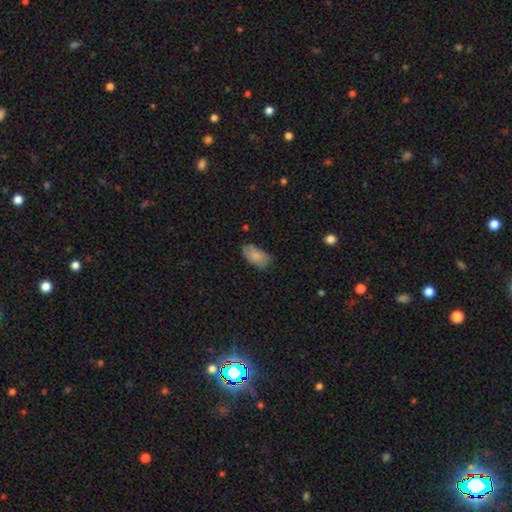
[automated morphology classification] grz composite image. It shows a smooth galaxy with no disk features (83%) that is in between round and cigar-shaped (94%). Merging: none (63%).